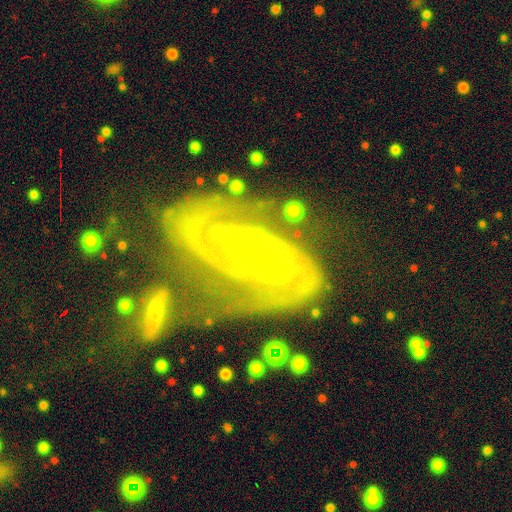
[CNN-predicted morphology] Q: Smooth or featured?
A: featured or disk (92%); runner-up: star or artifact (5%)
Q: Edge-on disk?
A: no (97%); runner-up: yes (3%)
Q: Bar?
A: weak (39%); runner-up: no (33%)
Q: Spiral arms?
A: yes (98%); runner-up: no (2%)
Q: Spiral winding?
A: tight (70%); runner-up: medium (26%)
Q: Spiral arm count?
A: 2 (75%); runner-up: 3 (9%)
Q: Bulge size?
A: small (82%); runner-up: moderate (13%)
Q: Merging?
A: none (57%); runner-up: minor disturbance (18%)